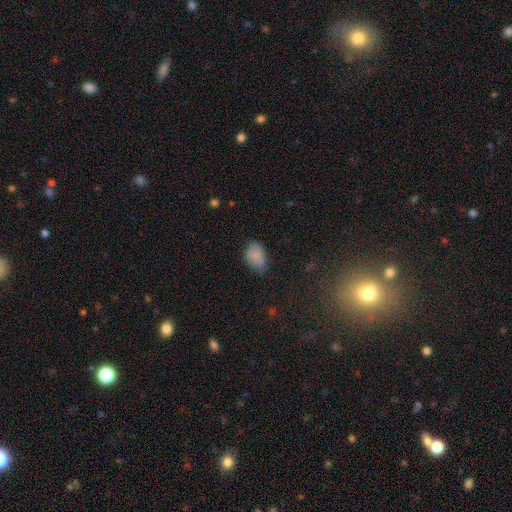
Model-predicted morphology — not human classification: This is clearly a smooth galaxy (84%). How rounded: clearly in between (87%). Merging: likely none (60%).